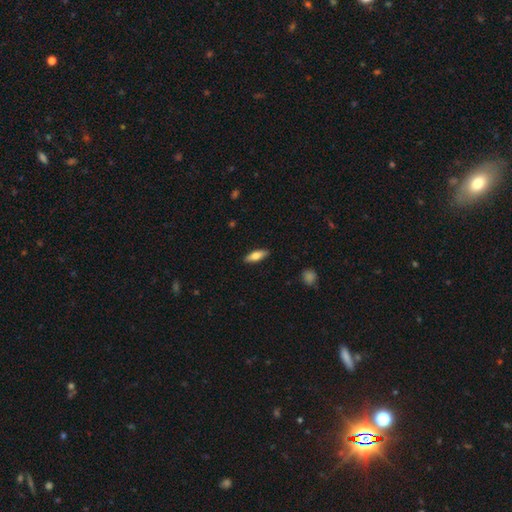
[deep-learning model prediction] This appears to be a smooth galaxy with no disk features (72%) that is in between round and cigar-shaped (62%). Merging: none (89%).